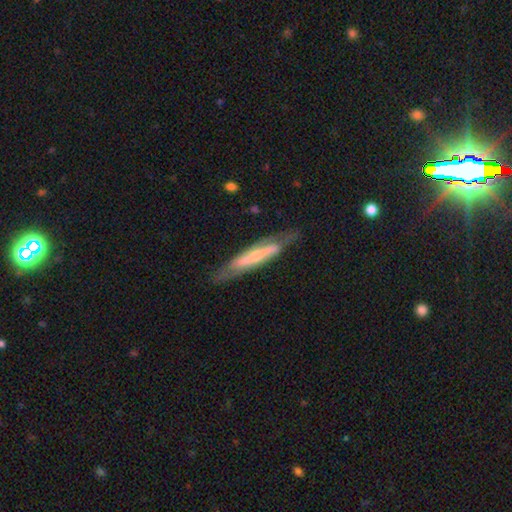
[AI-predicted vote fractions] This appears to be a featured or disk galaxy (62%) viewed edge-on (58%). Merging: none (72%).